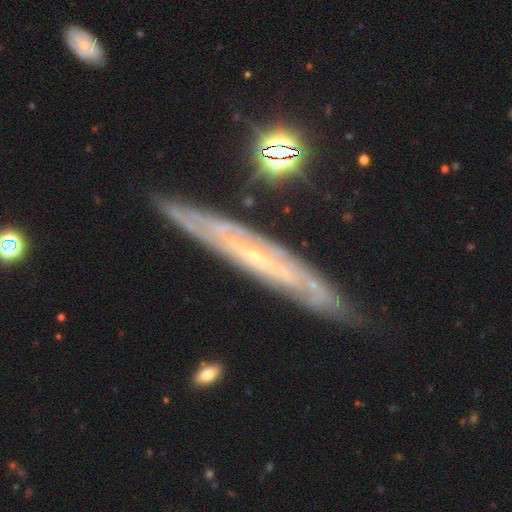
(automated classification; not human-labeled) Q: Smooth or featured?
A: featured or disk (81%); runner-up: smooth (12%)
Q: Edge-on disk?
A: yes (57%); runner-up: no (43%)
Q: Merging?
A: none (82%); runner-up: minor disturbance (14%)